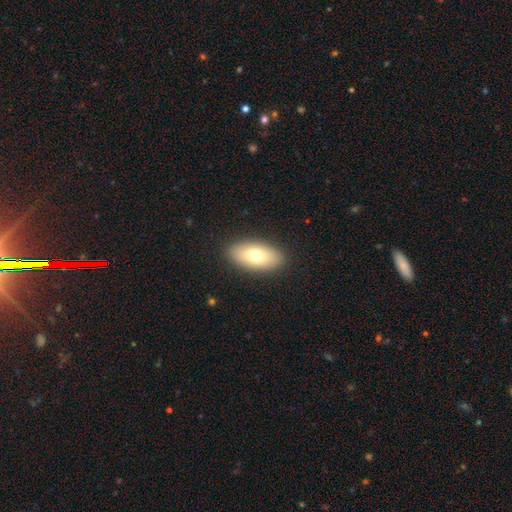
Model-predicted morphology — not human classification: The model was most divided on "smooth or featured": smooth: 75%, featured or disk: 18%, star or artifact: 7%. More confident: how rounded — in between (90%); merging — none (89%).